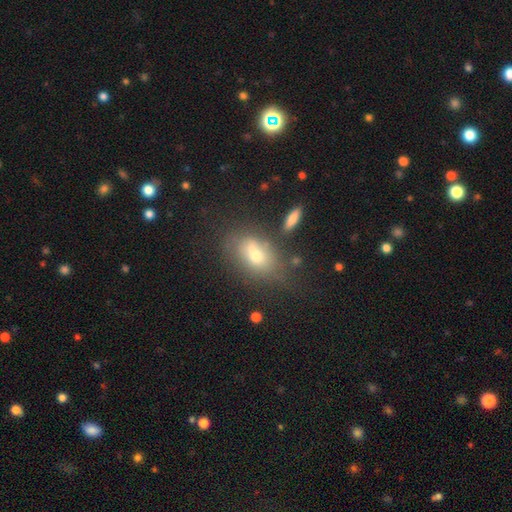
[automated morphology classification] Smooth or featured?
  - smooth: 61% *
  - featured or disk: 22%
  - star or artifact: 18%
How rounded?
  - in between: 81% *
  - round: 14%
  - cigar-shaped: 4%
Merging?
  - none: 67% *
  - minor disturbance: 17%
  - merger: 9%
  - major disturbance: 7%